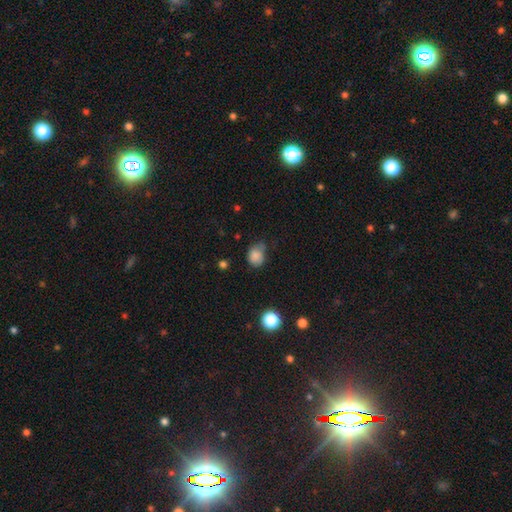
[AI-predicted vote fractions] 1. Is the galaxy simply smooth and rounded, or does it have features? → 83% smooth, 11% star or artifact, 6% featured or disk.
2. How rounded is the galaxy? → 59% round, 40% in between, 1% cigar-shaped.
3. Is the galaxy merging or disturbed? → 52% none, 34% minor disturbance, 8% major disturbance, 5% merger.